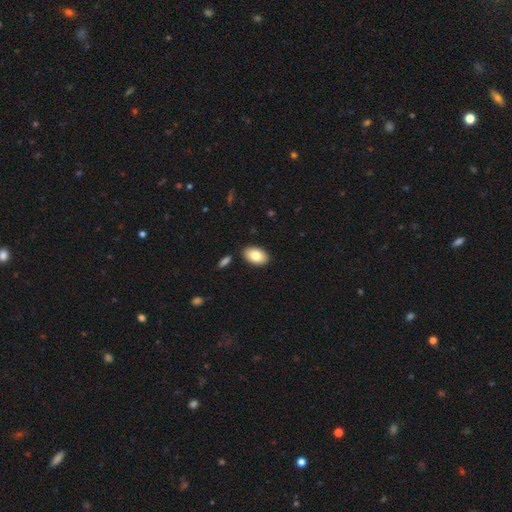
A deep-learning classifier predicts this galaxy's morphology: smooth 81%, featured or disk 13%, star or artifact 7%. Down the decision tree: how rounded — in between (92%); merging — none (87%).